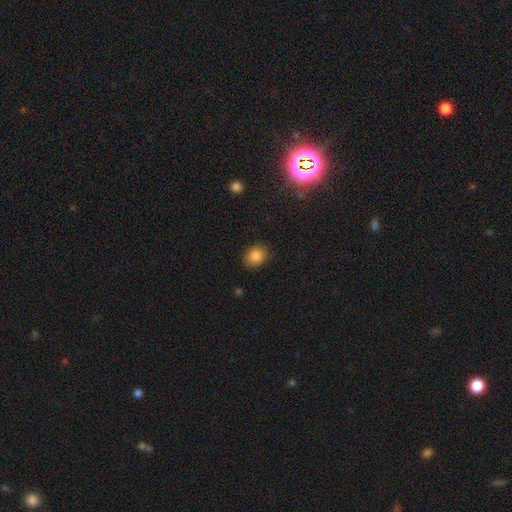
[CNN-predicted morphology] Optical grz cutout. It shows a smooth galaxy with no disk features (85%) that is round (52%). Merging: none (85%).